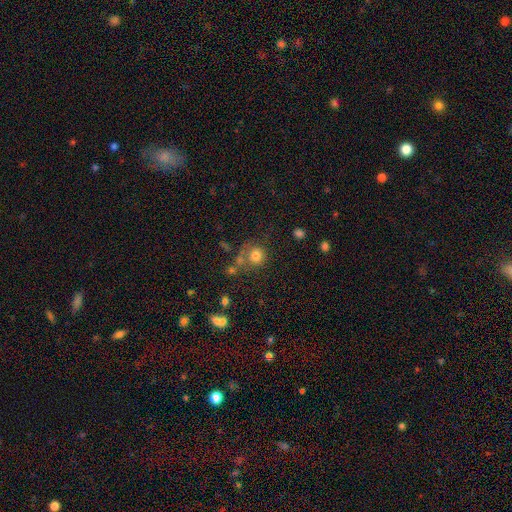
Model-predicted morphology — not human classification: Smooth or featured? Predicted: smooth (p=0.76). How rounded? Predicted: round (p=0.89). Merging? Predicted: none (p=0.59).